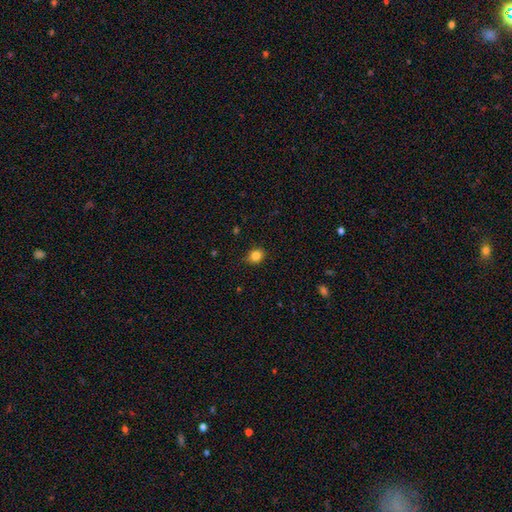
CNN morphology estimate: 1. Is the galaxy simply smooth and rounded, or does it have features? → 84% smooth, 11% star or artifact, 5% featured or disk.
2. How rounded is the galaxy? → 67% round, 32% in between, 1% cigar-shaped.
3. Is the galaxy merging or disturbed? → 83% none, 13% minor disturbance, 2% major disturbance, 1% merger.